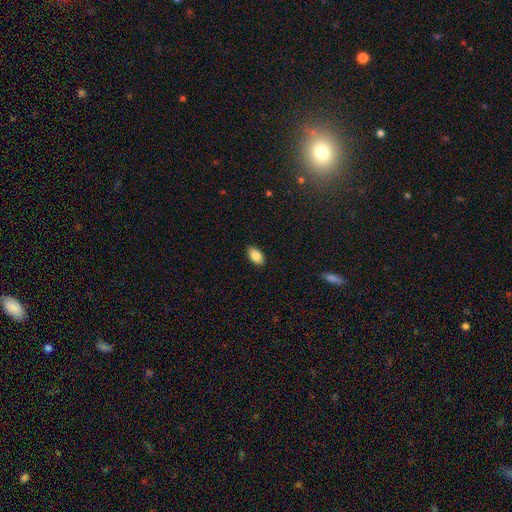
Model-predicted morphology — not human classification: Q: Smooth or featured?
A: smooth (86%); runner-up: star or artifact (7%)
Q: How rounded?
A: in between (93%); runner-up: round (6%)
Q: Merging?
A: none (89%); runner-up: minor disturbance (8%)